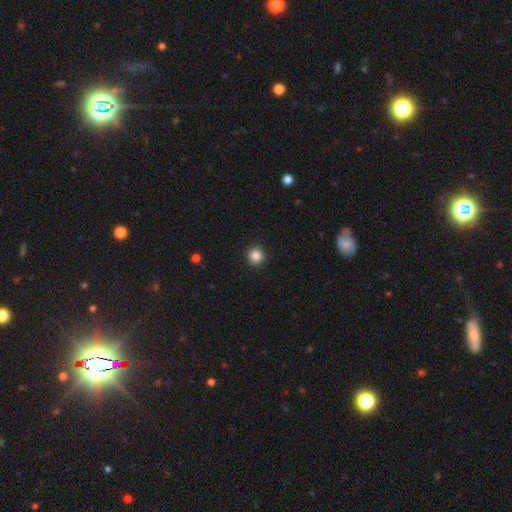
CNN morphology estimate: Overall: smooth (85%). How rounded: round (95%). Merging: none (93%).